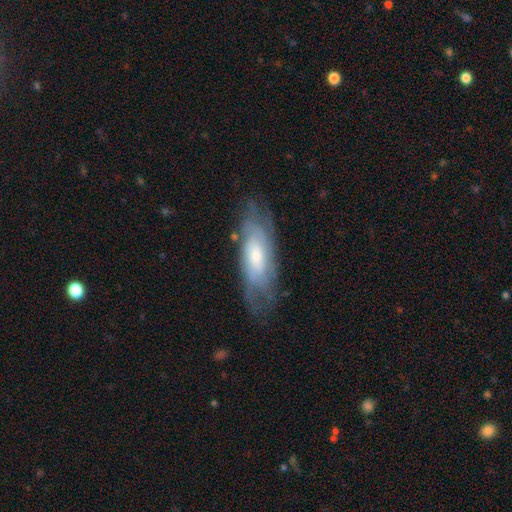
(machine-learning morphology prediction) type=featured or disk (62%); edge-on=no (78%); merging=none (69%).